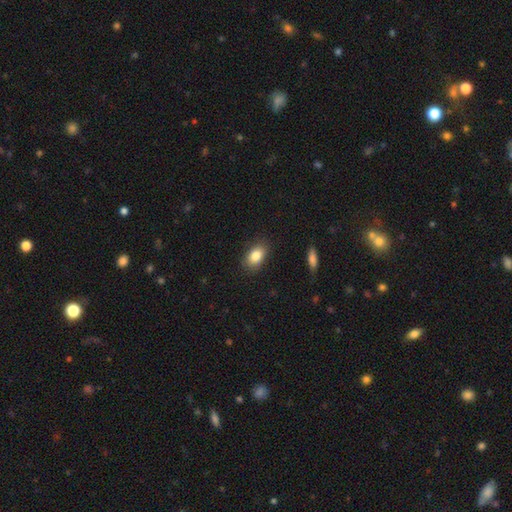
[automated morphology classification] Q: Smooth or featured?
A: smooth (84%); runner-up: featured or disk (8%)
Q: How rounded?
A: in between (87%); runner-up: round (11%)
Q: Merging?
A: none (84%); runner-up: minor disturbance (12%)